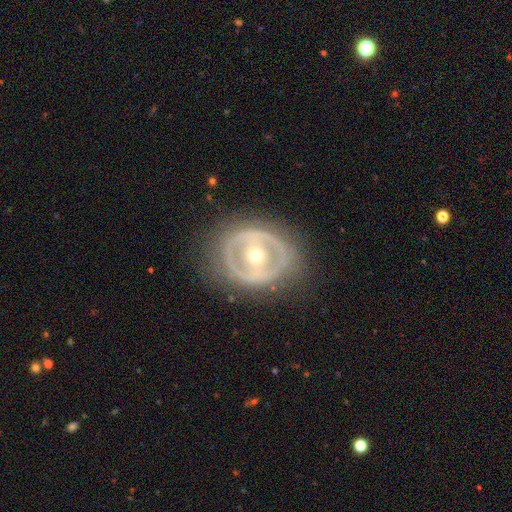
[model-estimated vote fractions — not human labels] This appears to be a featured or disk galaxy (75%) with no bar (54%), no spiral arms (80%) and a small central bulge (54%). Merging: none (76%).